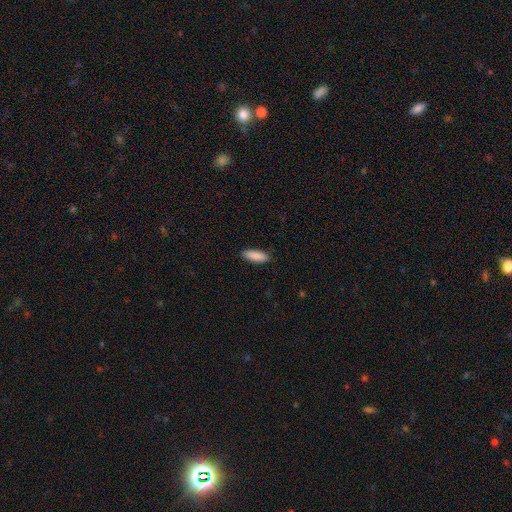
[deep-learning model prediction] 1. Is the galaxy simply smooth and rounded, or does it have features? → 90% smooth, 6% star or artifact, 4% featured or disk.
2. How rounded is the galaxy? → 67% in between, 31% cigar-shaped, 2% round.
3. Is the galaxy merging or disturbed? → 89% none, 8% minor disturbance, 2% major disturbance, 1% merger.